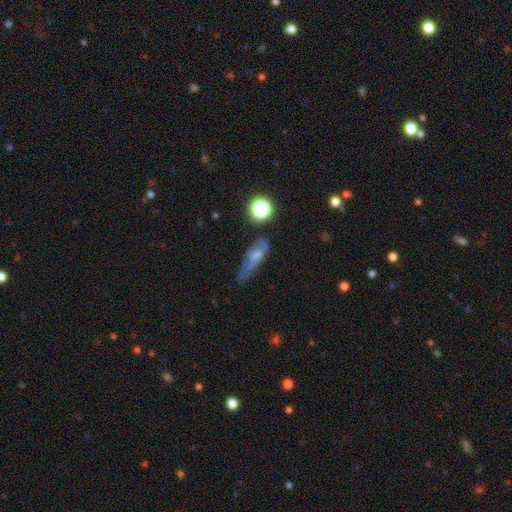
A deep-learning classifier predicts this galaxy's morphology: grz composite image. It shows a smooth galaxy with no disk features (54%) that is in between round and cigar-shaped (48%). Merging: none (38%).